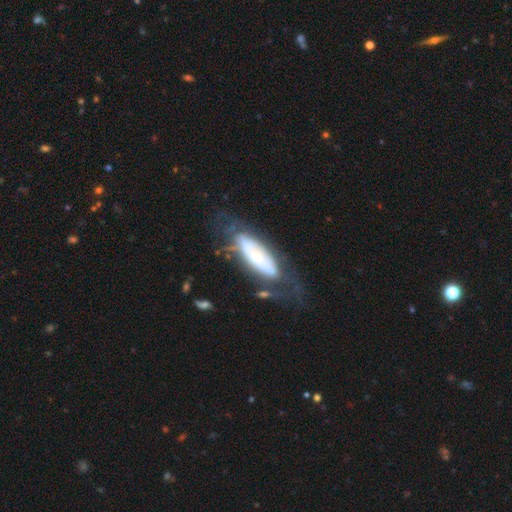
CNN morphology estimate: type=featured or disk (58%); edge-on=no (78%); merging=none (51%).